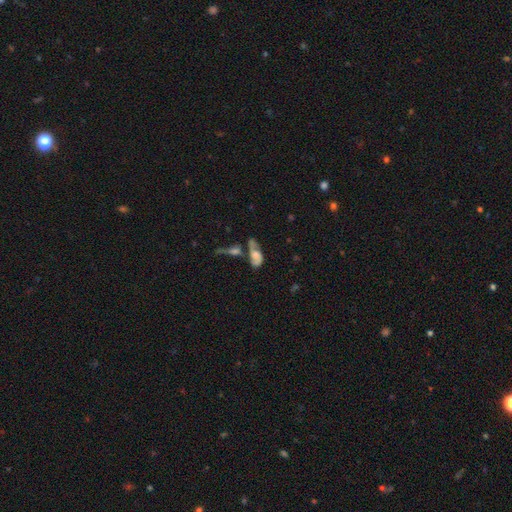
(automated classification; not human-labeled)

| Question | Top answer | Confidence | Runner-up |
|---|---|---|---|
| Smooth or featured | featured or disk | 54% | smooth (36%) |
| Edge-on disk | no | 88% | yes (12%) |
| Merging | merger | 39% | none (28%) |